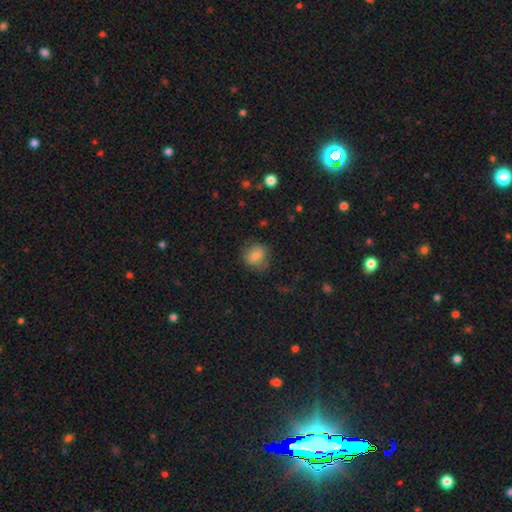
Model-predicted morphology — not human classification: Overall: smooth (78%). How rounded: round (66%; in between 32%). Merging: none (75%).